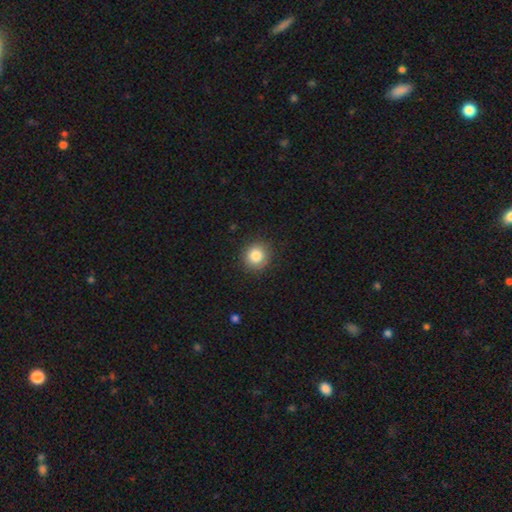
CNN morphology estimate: The model was most divided on "smooth or featured": smooth: 84%, star or artifact: 10%, featured or disk: 6%. More confident: how rounded — round (90%); merging — none (87%).